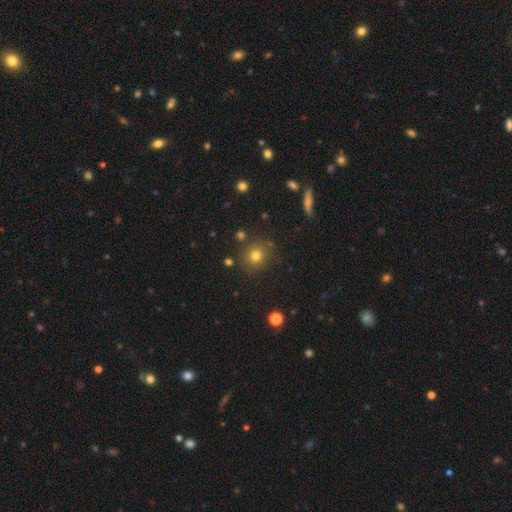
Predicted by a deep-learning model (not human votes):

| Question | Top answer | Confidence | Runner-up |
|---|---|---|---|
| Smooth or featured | smooth | 76% | star or artifact (16%) |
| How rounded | round | 87% | in between (12%) |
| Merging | none | 84% | minor disturbance (9%) |